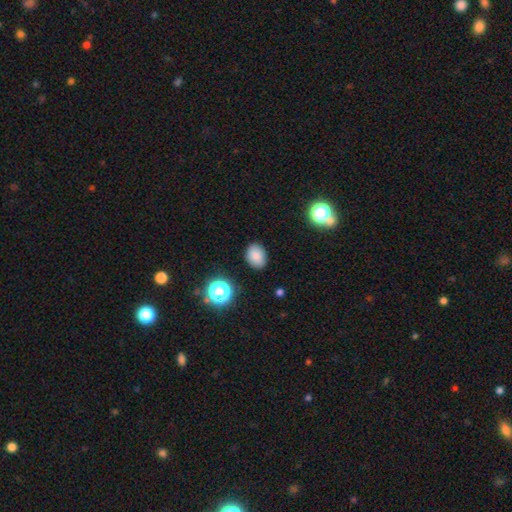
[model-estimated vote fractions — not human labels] This appears to be a smooth galaxy with no disk features (83%) that is in between round and cigar-shaped (71%). Merging: none (85%).